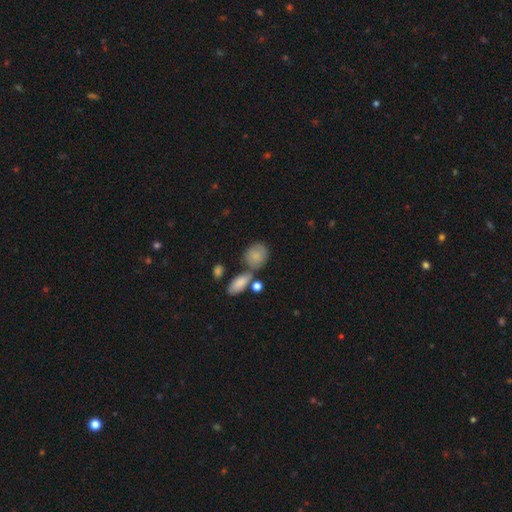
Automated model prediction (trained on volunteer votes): Smooth or featured: smooth — 77% (featured or disk — 16%)
How rounded: round — 63% (in between — 34%)
Merging: none — 51% (merger — 21%)